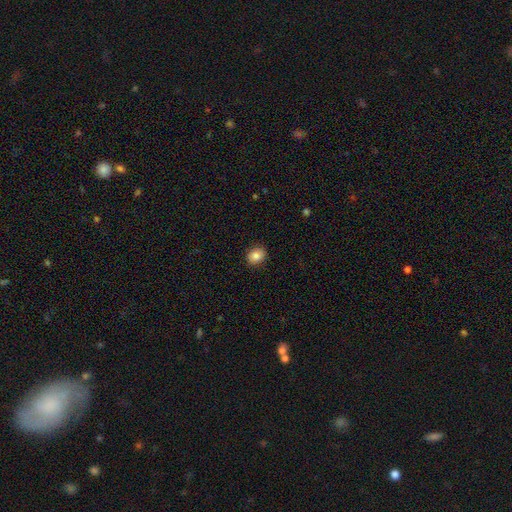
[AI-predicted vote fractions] smooth 83%, star or artifact 9%, featured or disk 8%. Down the decision tree: how rounded — round (50%); merging — none (88%).